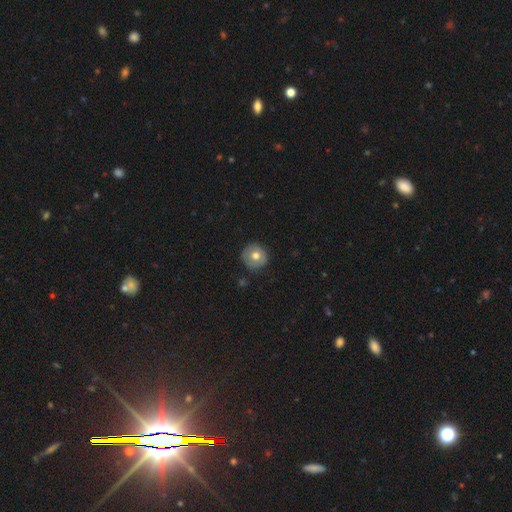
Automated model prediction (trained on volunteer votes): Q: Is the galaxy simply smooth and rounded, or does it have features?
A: smooth — 66%.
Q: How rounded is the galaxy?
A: round — 93%.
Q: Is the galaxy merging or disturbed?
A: none — 86%.